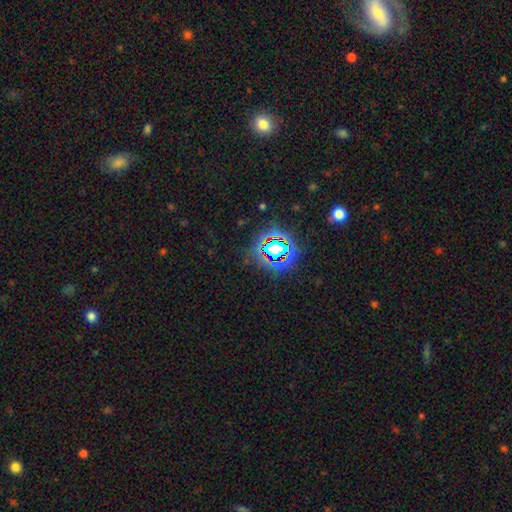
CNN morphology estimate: The model was most divided on "smooth or featured": star or artifact: 76%, smooth: 15%, featured or disk: 9%.